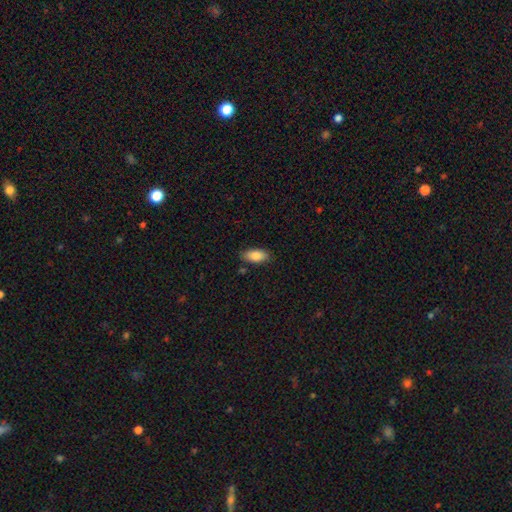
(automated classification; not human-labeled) smooth_or_featured: smooth (p=0.85) [alt: featured or disk p=0.08]
how_rounded: in between (p=0.89) [alt: cigar-shaped p=0.08]
merging: none (p=0.84) [alt: minor disturbance p=0.11]